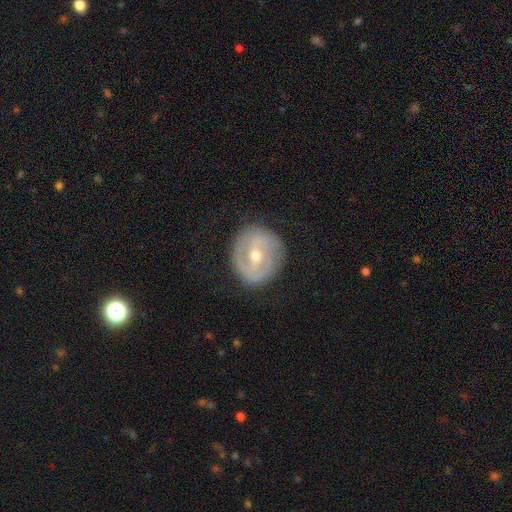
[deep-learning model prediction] Q: Smooth or featured?
A: featured or disk (81%); runner-up: smooth (13%)
Q: Edge-on disk?
A: no (97%); runner-up: yes (3%)
Q: Bar?
A: weak (46%); runner-up: strong (28%)
Q: Spiral arms?
A: yes (85%); runner-up: no (15%)
Q: Spiral winding?
A: tight (55%); runner-up: medium (35%)
Q: Spiral arm count?
A: 2 (74%); runner-up: can't tell (13%)
Q: Bulge size?
A: moderate (54%); runner-up: small (43%)
Q: Merging?
A: none (83%); runner-up: minor disturbance (12%)